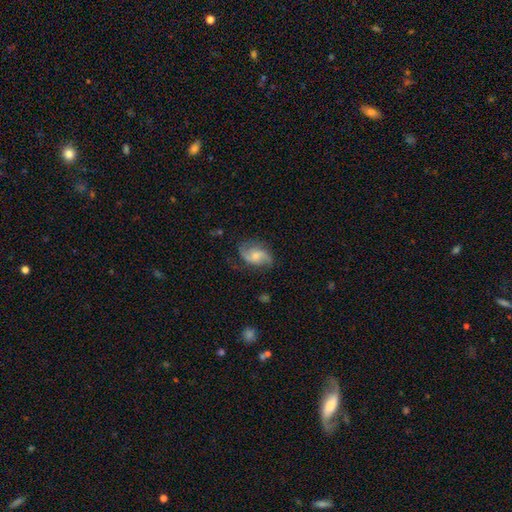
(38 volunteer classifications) Volunteers were most divided on "bar" (2-way tie): weak: 50%, no: 50%, strong: 0%. More confident: spiral arms — yes (100%); edge-on disk — no (97%); spiral arm count — 2 (93%); merging — none (83%); smooth or featured — featured or disk (76%); spiral winding — loose (57%); bulge size — small (54%).